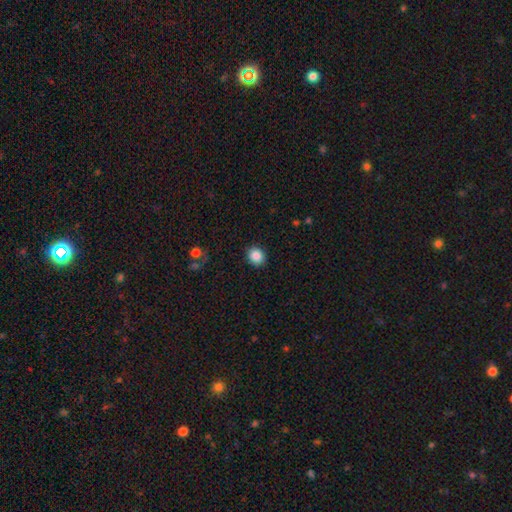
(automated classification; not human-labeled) This is clearly a smooth galaxy (87%). How rounded: likely round (72%). Merging: clearly none (90%).